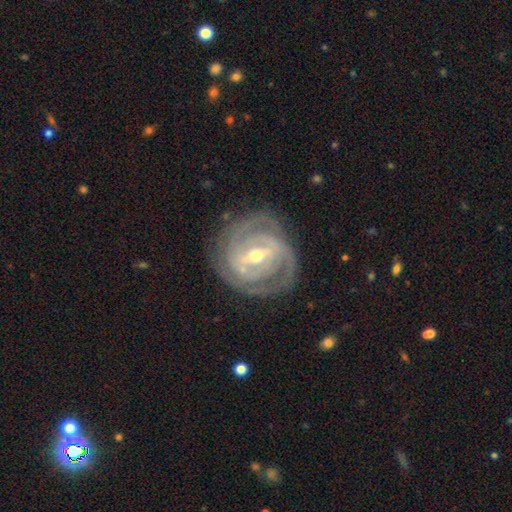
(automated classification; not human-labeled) This appears to be a featured or disk galaxy (90%) with a strong bar (51%), 2 (35%) tight (74%) spiral arms (96%) and a moderate central bulge (54%). Merging: none (81%).